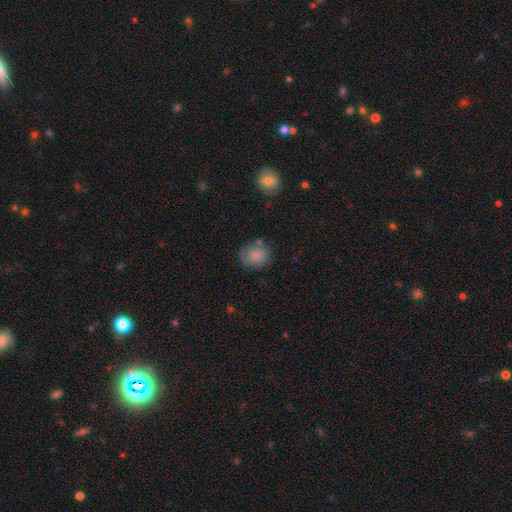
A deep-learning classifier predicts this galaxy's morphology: This appears to be a smooth galaxy with no disk features (83%) that is round (69%). Merging: none (70%).